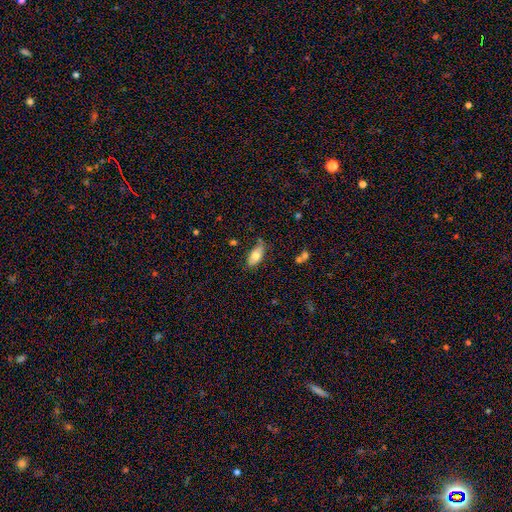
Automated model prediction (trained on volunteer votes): smooth 74%, featured or disk 19%, star or artifact 7%. Down the decision tree: how rounded — in between (89%); merging — none (75%).